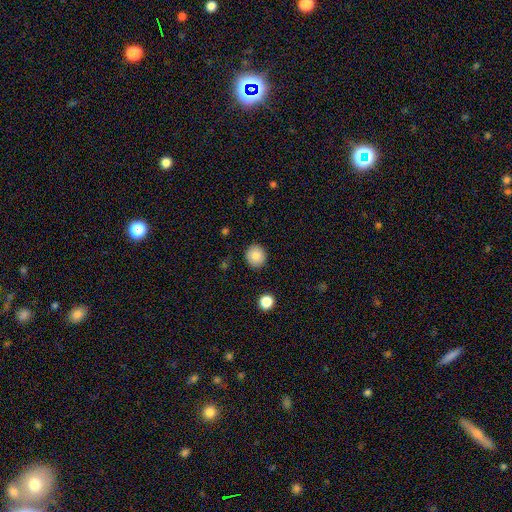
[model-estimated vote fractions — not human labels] This is clearly a smooth galaxy (83%). How rounded: clearly round (89%). Merging: clearly none (89%).